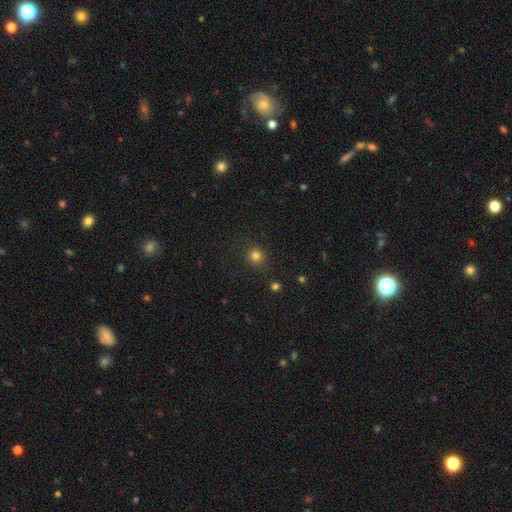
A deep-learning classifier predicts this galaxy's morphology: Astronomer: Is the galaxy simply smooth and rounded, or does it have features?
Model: smooth — 79%.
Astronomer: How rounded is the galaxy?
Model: round — 90%.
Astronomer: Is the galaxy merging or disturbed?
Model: none — 83%.